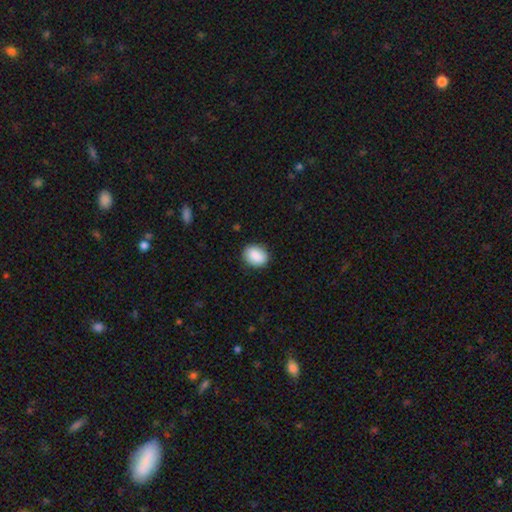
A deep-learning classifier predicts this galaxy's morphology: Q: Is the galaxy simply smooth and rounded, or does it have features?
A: smooth — 89%.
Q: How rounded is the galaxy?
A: in between — 53%.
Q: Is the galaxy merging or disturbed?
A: none — 88%.